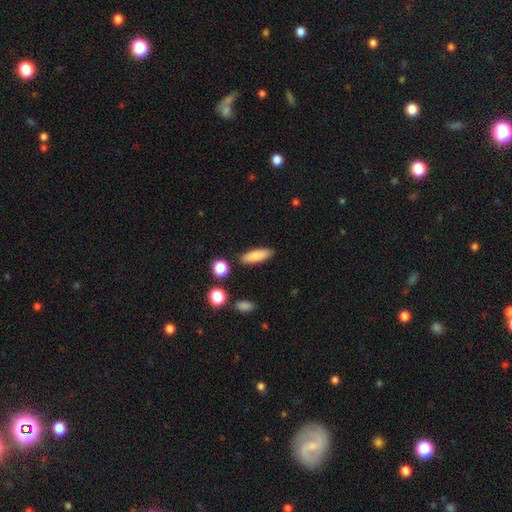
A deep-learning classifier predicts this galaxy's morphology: The model was most divided on "how rounded": in between: 54%, cigar-shaped: 43%, round: 3%. More confident: merging — none (86%); smooth or featured — smooth (84%).